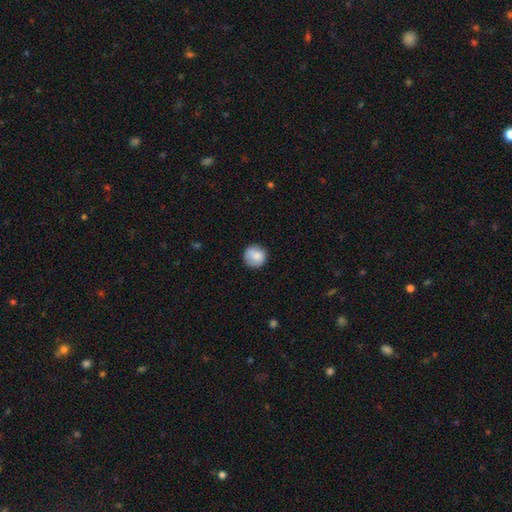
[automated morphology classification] type=smooth (82%); roundness=round (93%); merging=none (82%).